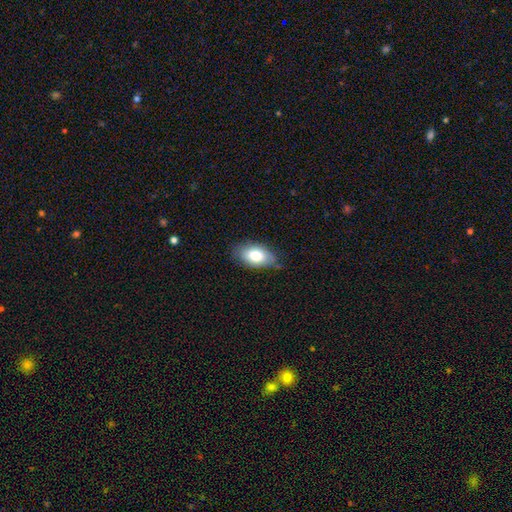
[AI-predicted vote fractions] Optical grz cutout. It shows a smooth galaxy with no disk features (78%) that is in between round and cigar-shaped (92%). Merging: none (74%).